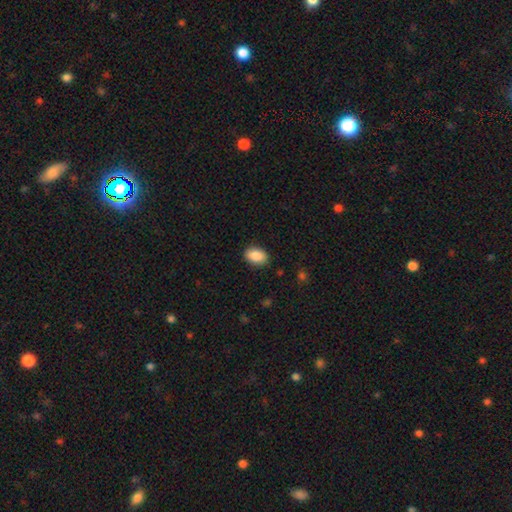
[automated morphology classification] smooth_or_featured: smooth (p=0.88) [alt: star or artifact p=0.07]
how_rounded: in between (p=0.88) [alt: round p=0.11]
merging: none (p=0.88) [alt: minor disturbance p=0.09]